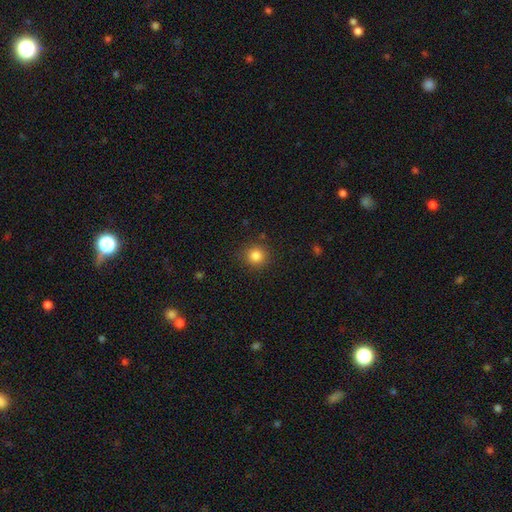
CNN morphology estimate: Smooth or featured? Predicted: smooth (p=0.84). How rounded? Predicted: round (p=0.91). Merging? Predicted: none (p=0.88).